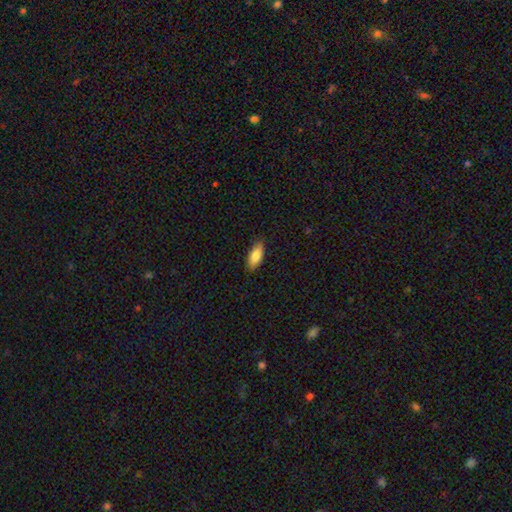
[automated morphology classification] Smooth or featured? smooth (84%)
How rounded? in between (80%)
Merging? none (84%)